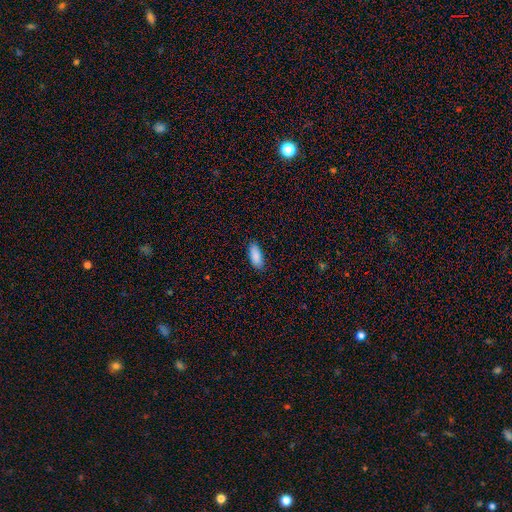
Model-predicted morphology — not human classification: A smooth galaxy with no disk features (89%) that is in between round and cigar-shaped (82%). Merging: none (85%).